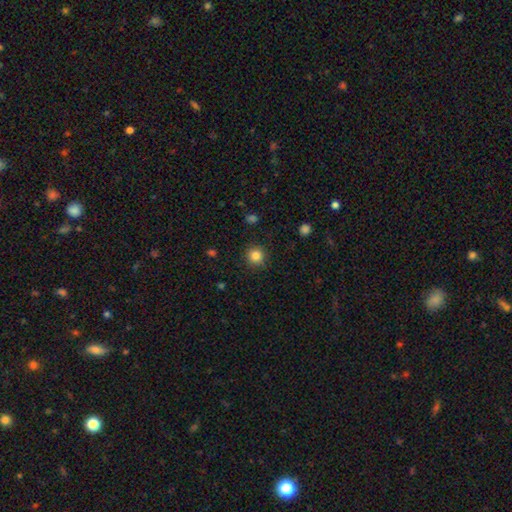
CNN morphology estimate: This appears to be a smooth galaxy with no disk features (83%) that is round (94%). Merging: none (90%).